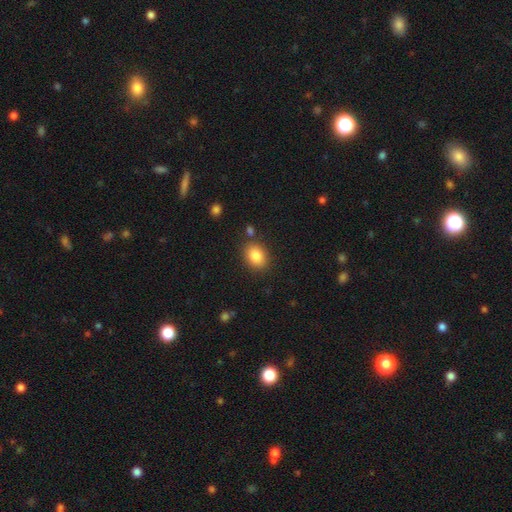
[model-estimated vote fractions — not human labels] smooth-or-featured: smooth: 85% | star or artifact: 9% | featured or disk: 6%
  how-rounded: in between: 56% | round: 43% | cigar-shaped: 1%
  merging: none: 82% | minor disturbance: 10% | merger: 4% | major disturbance: 3%